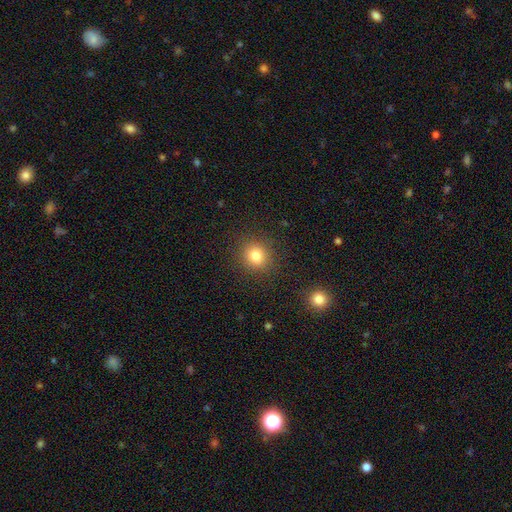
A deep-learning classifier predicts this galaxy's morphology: Smooth or featured? smooth (81%)
How rounded? round (86%)
Merging? none (89%)